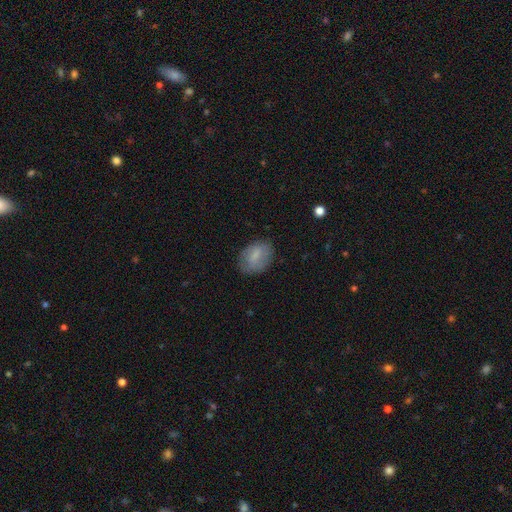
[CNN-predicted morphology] Smooth or featured? Predicted: smooth (p=0.71). How rounded? Predicted: in between (p=0.78). Merging? Predicted: none (p=0.76).